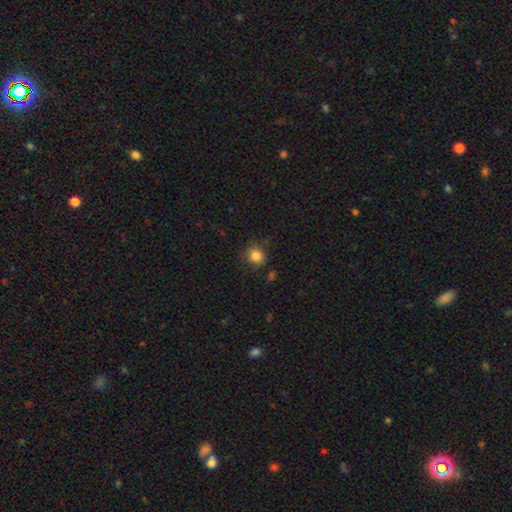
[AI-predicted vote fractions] Smooth or featured?
  - smooth: 83% *
  - star or artifact: 11%
  - featured or disk: 5%
How rounded?
  - round: 80% *
  - in between: 19%
  - cigar-shaped: 1%
Merging?
  - none: 81% *
  - minor disturbance: 13%
  - major disturbance: 4%
  - merger: 2%